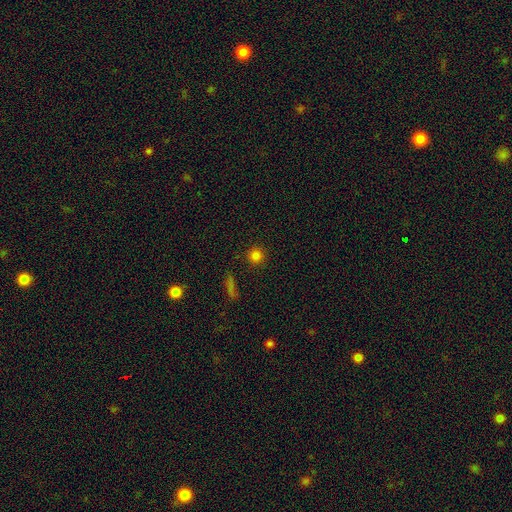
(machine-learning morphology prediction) Q: Smooth or featured?
A: smooth (81%); runner-up: star or artifact (14%)
Q: How rounded?
A: round (94%); runner-up: in between (5%)
Q: Merging?
A: none (90%); runner-up: minor disturbance (6%)